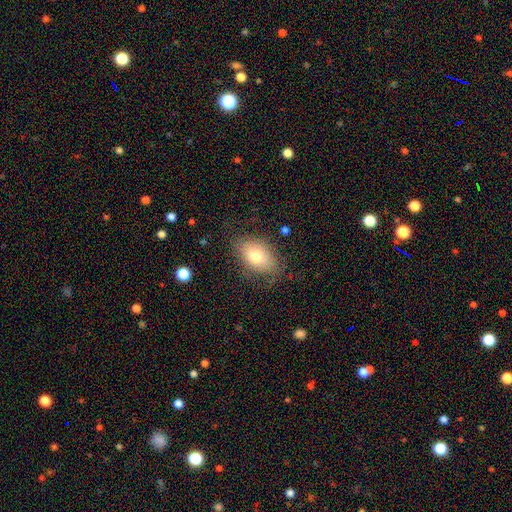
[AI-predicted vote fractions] smooth 73%, featured or disk 18%, star or artifact 9%. Down the decision tree: how rounded — in between (84%); merging — none (73%).